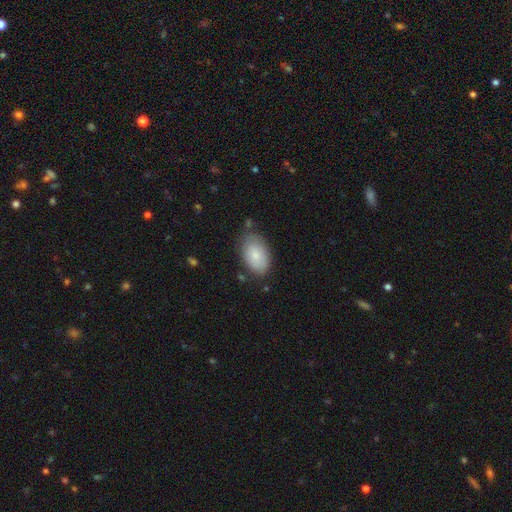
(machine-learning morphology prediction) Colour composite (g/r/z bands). It shows a smooth galaxy with no disk features (81%) that is in between round and cigar-shaped (93%). Merging: none (75%).